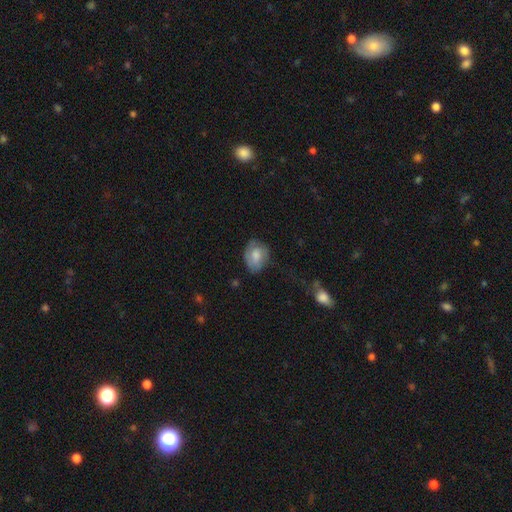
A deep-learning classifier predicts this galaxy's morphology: A smooth galaxy with no disk features (67%) that is in between round and cigar-shaped (67%).

Vote fractions:
- Smooth or featured? smooth: 67% / featured or disk: 26% / star or artifact: 7%
- How rounded? in between: 67% / round: 32% / cigar-shaped: 1%
- Merging? none: 62% / minor disturbance: 27% / major disturbance: 9% / merger: 2%